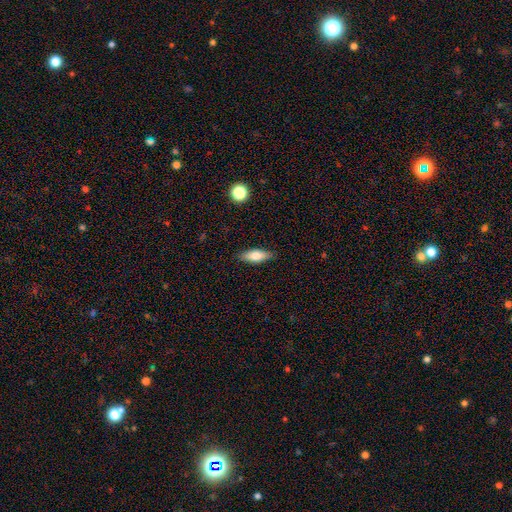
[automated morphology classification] smooth-or-featured: smooth: 70% | featured or disk: 23% | star or artifact: 7%
  how-rounded: in between: 65% | cigar-shaped: 32% | round: 3%
  merging: none: 87% | minor disturbance: 10% | major disturbance: 2% | merger: 1%